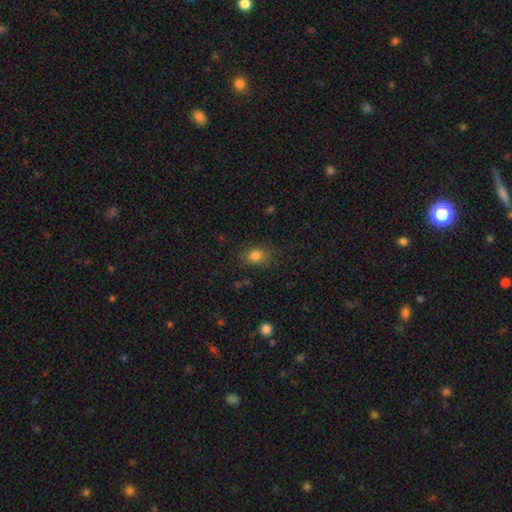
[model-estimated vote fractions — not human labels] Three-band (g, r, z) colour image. It shows a smooth galaxy with no disk features (81%) that is in between round and cigar-shaped (55%). Merging: none (80%).